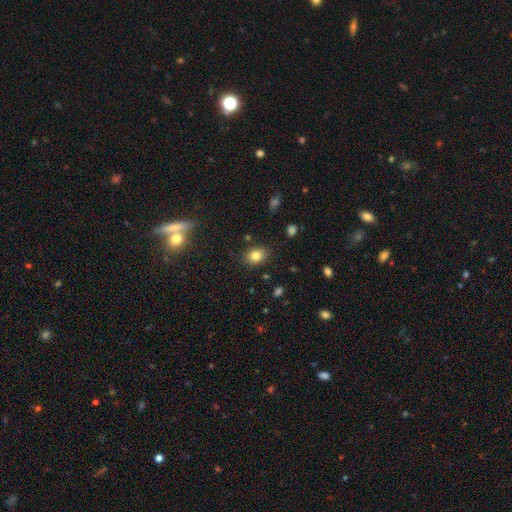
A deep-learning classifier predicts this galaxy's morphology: smooth_or_featured: smooth (p=0.82) [alt: star or artifact p=0.10]
how_rounded: in between (p=0.66) [alt: round p=0.33]
merging: none (p=0.84) [alt: minor disturbance p=0.11]